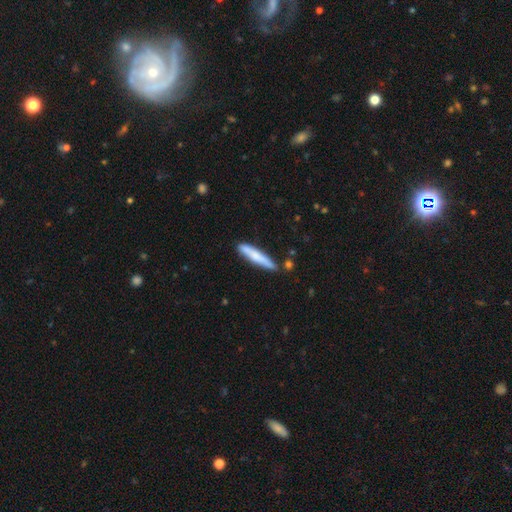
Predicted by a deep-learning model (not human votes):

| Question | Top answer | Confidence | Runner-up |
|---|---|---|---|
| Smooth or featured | smooth | 71% | featured or disk (24%) |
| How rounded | cigar-shaped | 91% | in between (8%) |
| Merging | none | 77% | minor disturbance (16%) |